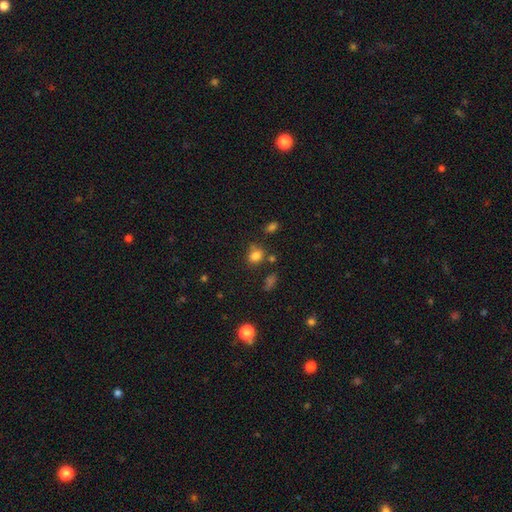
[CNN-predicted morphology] A smooth galaxy with no disk features (78%) that is in between round and cigar-shaped (52%).

Vote fractions:
- Smooth or featured? smooth: 78% / star or artifact: 15% / featured or disk: 7%
- How rounded? in between: 52% / round: 47% / cigar-shaped: 1%
- Merging? none: 61% / minor disturbance: 20% / merger: 11% / major disturbance: 7%